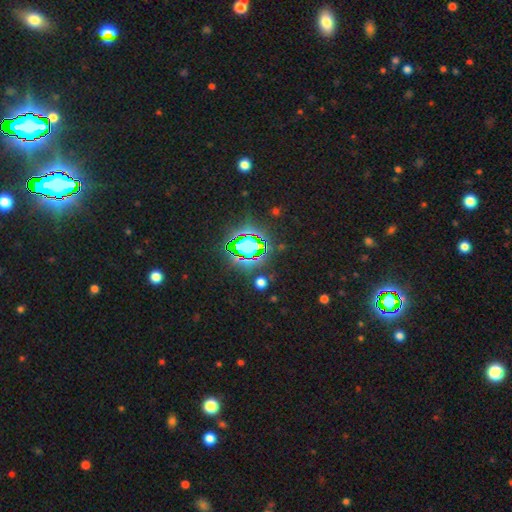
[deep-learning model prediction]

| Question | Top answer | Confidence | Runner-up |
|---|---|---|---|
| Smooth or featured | star or artifact | 82% | smooth (11%) |